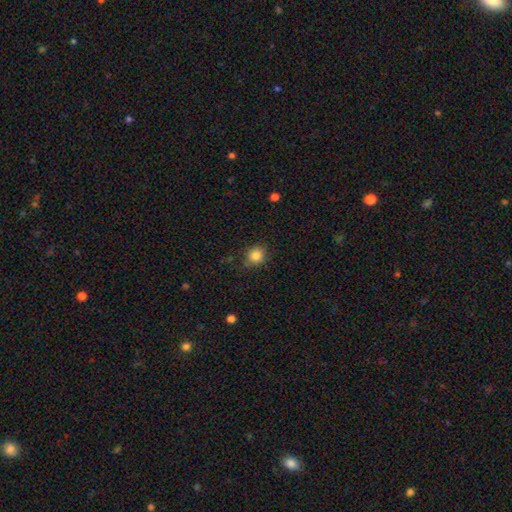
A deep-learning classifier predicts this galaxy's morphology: This is clearly a smooth galaxy (85%). How rounded: clearly round (86%). Merging: clearly none (81%).